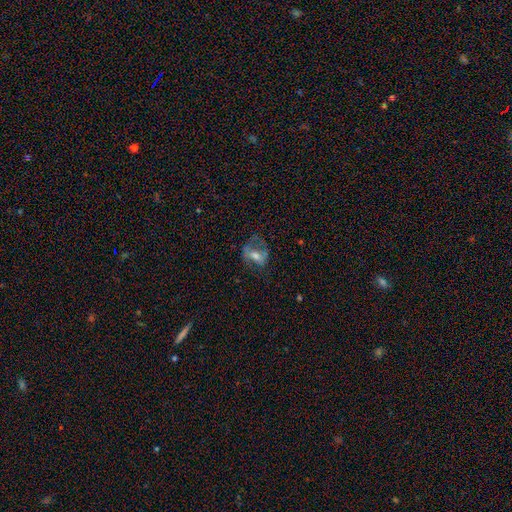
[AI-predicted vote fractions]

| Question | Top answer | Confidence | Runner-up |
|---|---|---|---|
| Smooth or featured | featured or disk | 56% | smooth (34%) |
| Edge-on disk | no | 94% | yes (6%) |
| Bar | no | 39% | weak (37%) |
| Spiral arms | no | 50% | tied: yes (50%) |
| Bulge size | moderate | 60% | small (23%) |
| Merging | none | 51% | major disturbance (26%) |